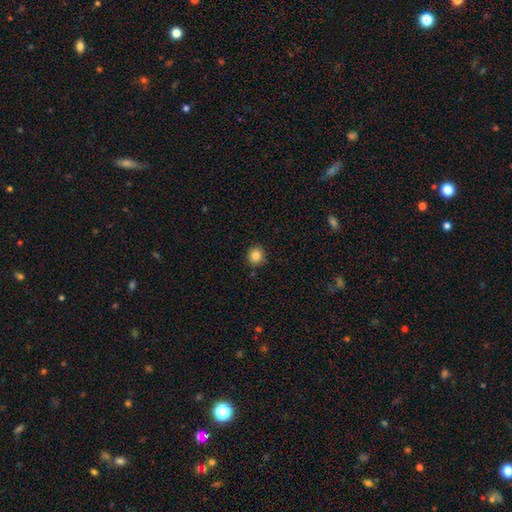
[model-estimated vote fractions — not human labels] This is clearly a smooth galaxy (84%). How rounded: clearly round (89%). Merging: clearly none (88%).